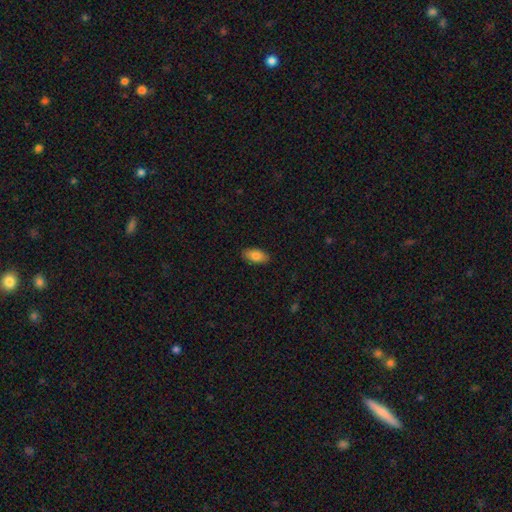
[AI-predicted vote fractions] Q: Smooth or featured?
A: smooth (84%); runner-up: featured or disk (9%)
Q: How rounded?
A: in between (92%); runner-up: cigar-shaped (5%)
Q: Merging?
A: none (89%); runner-up: minor disturbance (8%)